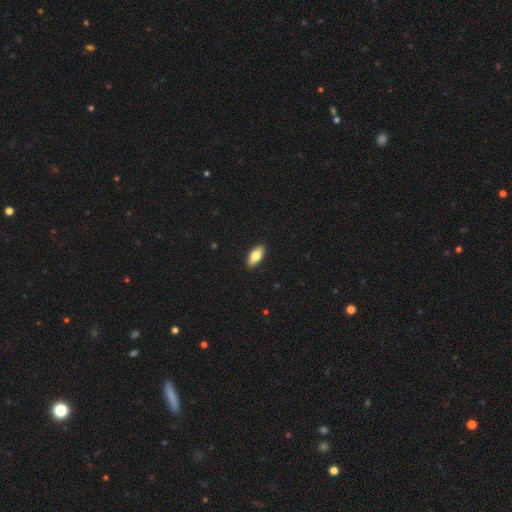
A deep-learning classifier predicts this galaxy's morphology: The model was most divided on "smooth or featured": smooth: 77%, featured or disk: 16%, star or artifact: 6%. More confident: merging — none (90%); how rounded — in between (88%).